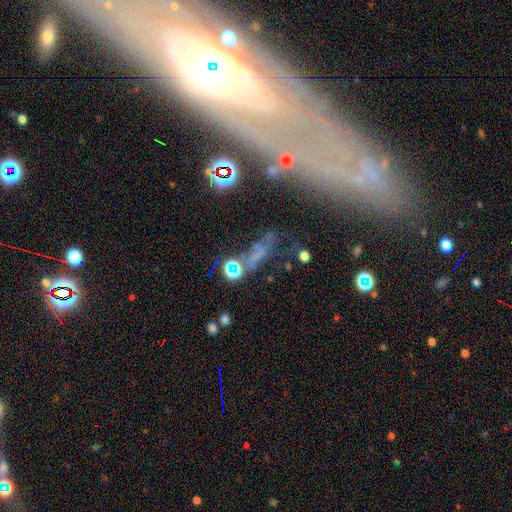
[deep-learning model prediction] Smooth or featured: star or artifact — 37% (smooth — 35%)